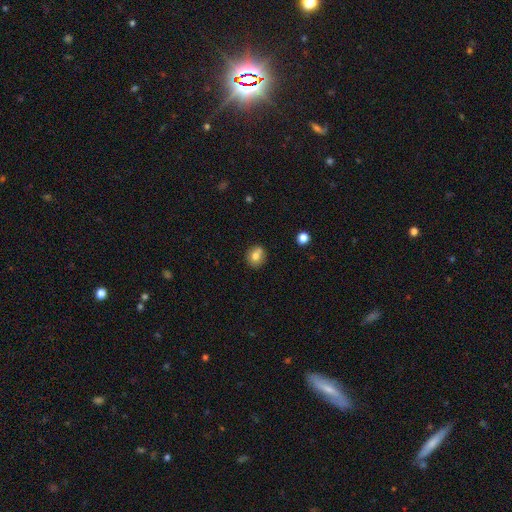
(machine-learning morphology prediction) The model was most divided on "how rounded": round: 73%, in between: 26%, cigar-shaped: 1%. More confident: smooth or featured — smooth (76%); merging — none (73%).